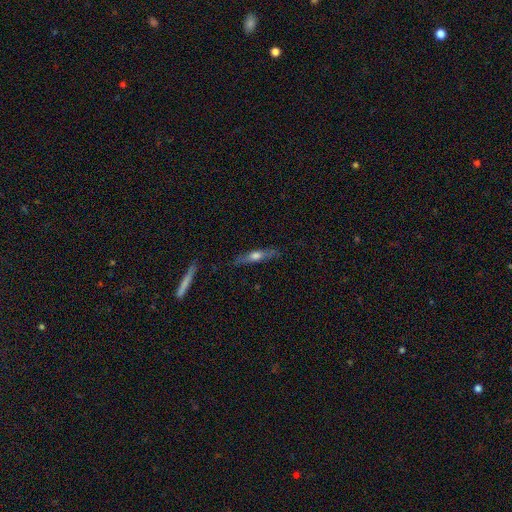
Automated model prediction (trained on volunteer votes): Overall: featured or disk (52%; smooth 41%). Edge-on disk: yes (91%). Merging: none (82%).